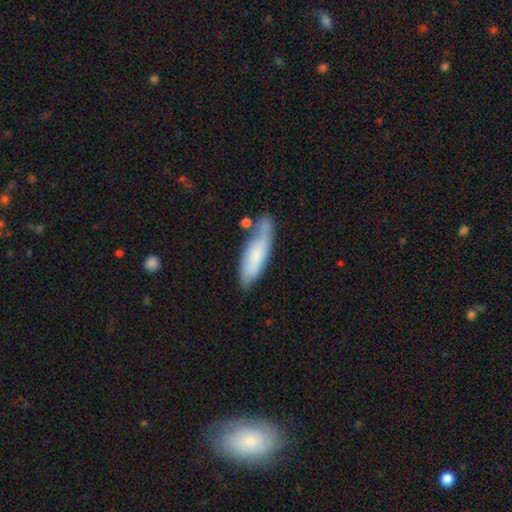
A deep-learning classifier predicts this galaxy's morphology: A smooth galaxy with no disk features (67%) that is cigar-shaped (53%).

Vote fractions:
- Smooth or featured? smooth: 67% / featured or disk: 27% / star or artifact: 6%
- How rounded? cigar-shaped: 53% / in between: 45% / round: 2%
- Merging? none: 55% / minor disturbance: 26% / merger: 11% / major disturbance: 8%